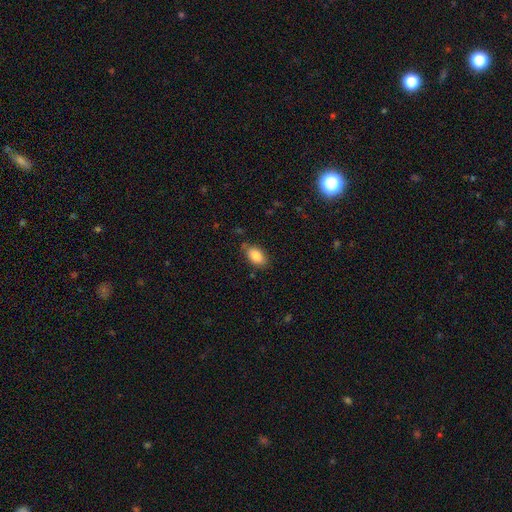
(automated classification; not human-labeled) Smooth or featured?
  - smooth: 85% *
  - featured or disk: 8%
  - star or artifact: 7%
How rounded?
  - in between: 92% *
  - round: 6%
  - cigar-shaped: 2%
Merging?
  - none: 76% *
  - minor disturbance: 18%
  - major disturbance: 4%
  - merger: 3%